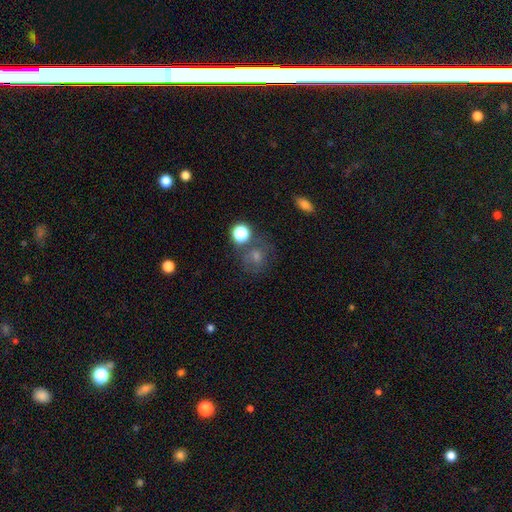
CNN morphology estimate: Smooth or featured? Predicted: smooth (p=0.45). Merging? Predicted: none (p=0.70).